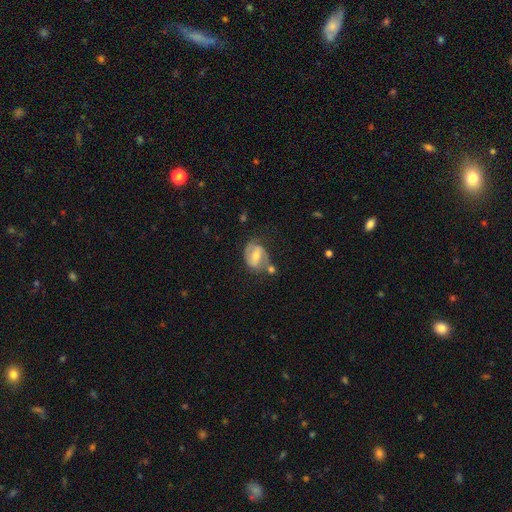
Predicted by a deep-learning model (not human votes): Morphology: type=featured or disk (66%); edge-on=no (97%); bar=weak (45%); spiral arms=yes (80%); winding=medium (47%); arm count=2 (78%); bulge=moderate (60%); merging=none (47%).